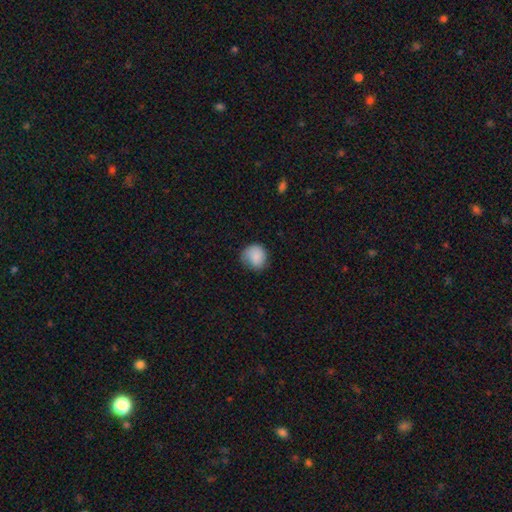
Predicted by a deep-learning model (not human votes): This is clearly a smooth galaxy (86%). How rounded: clearly round (82%). Merging: likely none (62%).